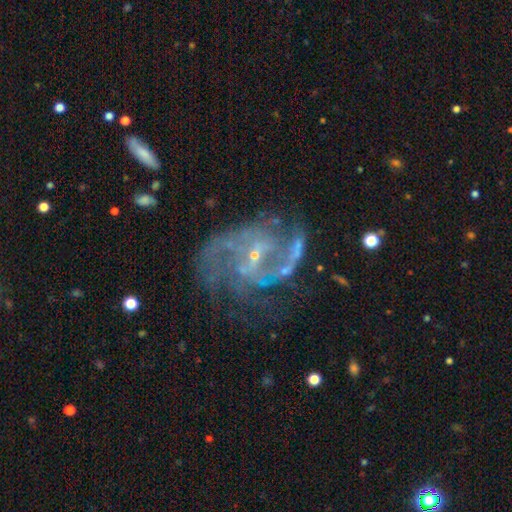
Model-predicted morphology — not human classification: Smooth or featured?
  - featured or disk: 88% *
  - star or artifact: 8%
  - smooth: 5%
Edge-on disk?
  - no: 97% *
  - yes: 3%
Bar?
  - weak: 43% *
  - no: 37%
  - strong: 20%
Spiral arms?
  - yes: 94% *
  - no: 6%
Spiral winding?
  - medium: 50% *
  - loose: 28%
  - tight: 22%
Spiral arm count?
  - 2: 51% *
  - 3: 17%
  - can't tell: 15%
  - 4: 6%
  - 1: 5%
  - more than 4: 5%
Bulge size?
  - small: 80% *
  - moderate: 13%
  - none: 5%
  - large: 1%
  - dominant: 1%
Merging?
  - none: 56% *
  - minor disturbance: 20%
  - major disturbance: 19%
  - merger: 5%